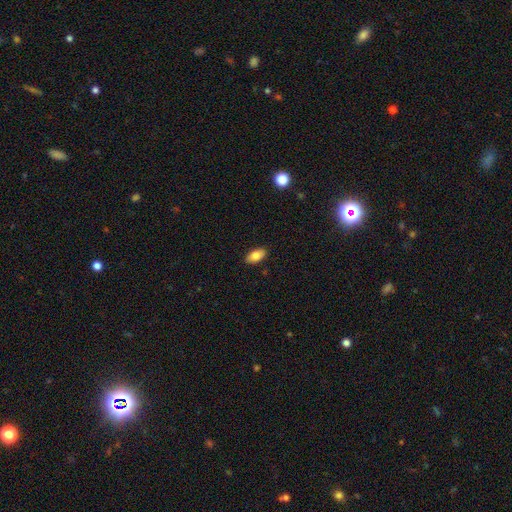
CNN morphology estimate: This appears to be a smooth galaxy with no disk features (80%) that is in between round and cigar-shaped (91%). Merging: none (89%).